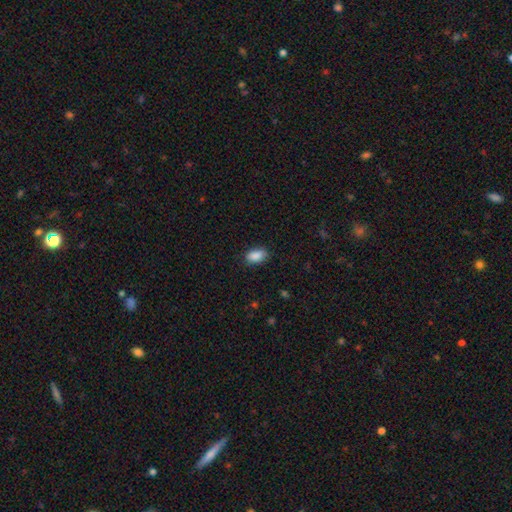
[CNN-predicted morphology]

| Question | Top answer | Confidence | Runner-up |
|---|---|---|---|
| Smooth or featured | smooth | 89% | star or artifact (8%) |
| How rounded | in between | 91% | round (6%) |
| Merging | none | 84% | minor disturbance (12%) |